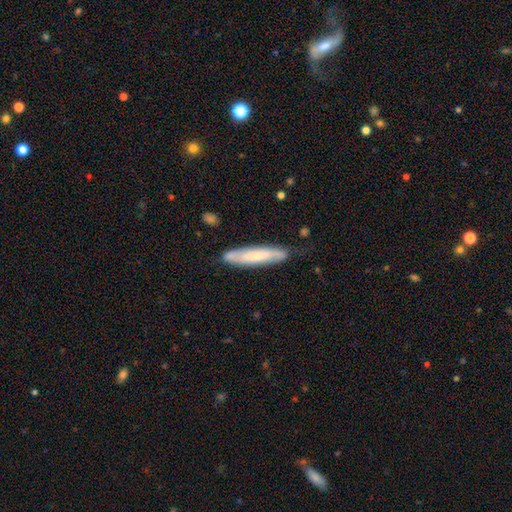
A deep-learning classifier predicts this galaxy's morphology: type=smooth (56%); roundness=cigar-shaped (88%); merging=none (74%).